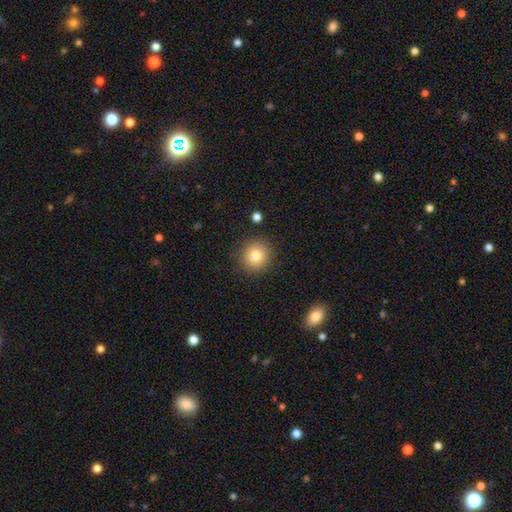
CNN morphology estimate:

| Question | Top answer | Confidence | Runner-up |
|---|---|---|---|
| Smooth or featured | smooth | 79% | star or artifact (11%) |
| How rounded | round | 92% | in between (7%) |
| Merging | none | 89% | minor disturbance (7%) |